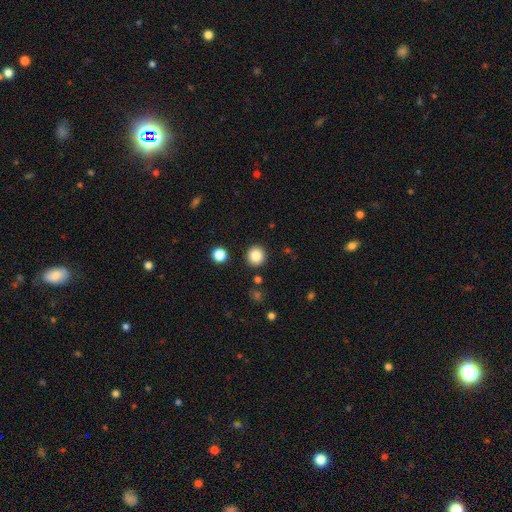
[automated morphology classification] type=smooth (85%); roundness=round (94%); merging=none (91%).